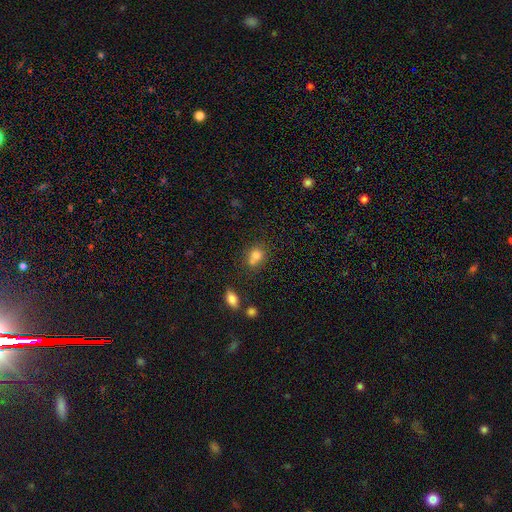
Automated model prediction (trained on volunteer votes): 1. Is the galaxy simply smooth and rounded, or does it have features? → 75% smooth, 13% star or artifact, 12% featured or disk.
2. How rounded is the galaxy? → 72% round, 27% in between, 1% cigar-shaped.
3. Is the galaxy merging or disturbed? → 45% none, 41% merger, 10% minor disturbance, 4% major disturbance.